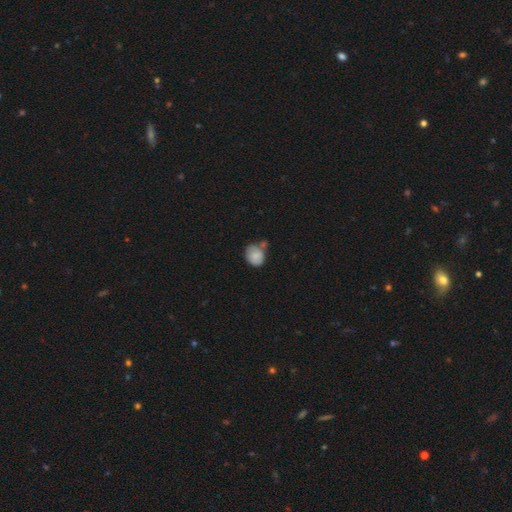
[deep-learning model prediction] Overall: smooth (80%). How rounded: round (61%; in between 38%). Merging: none (46%; minor disturbance 24%).